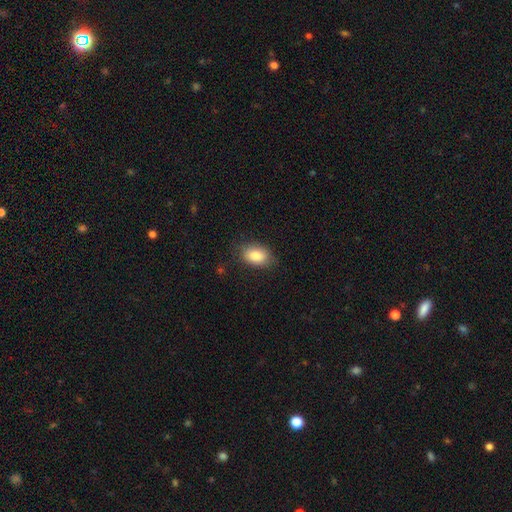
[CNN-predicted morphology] smooth-or-featured: smooth: 85% | star or artifact: 7% | featured or disk: 7%
  how-rounded: in between: 88% | round: 11% | cigar-shaped: 2%
  merging: none: 79% | minor disturbance: 16% | major disturbance: 4% | merger: 1%